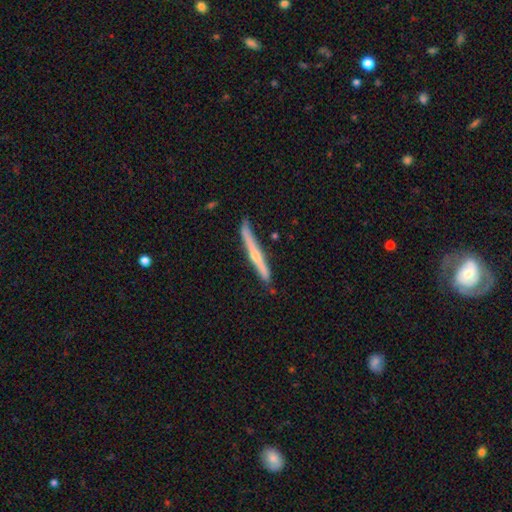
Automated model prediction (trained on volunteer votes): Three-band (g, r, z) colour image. It shows a featured or disk galaxy (60%) viewed edge-on (97%) with a rounded central bulge (70%). Merging: none (80%).